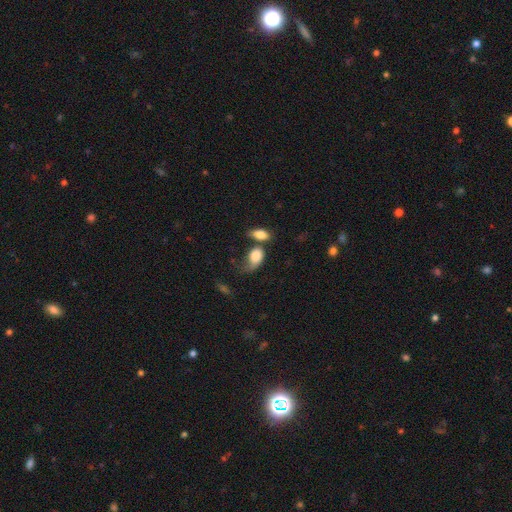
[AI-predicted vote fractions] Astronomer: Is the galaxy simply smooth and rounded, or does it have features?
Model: smooth — 76%.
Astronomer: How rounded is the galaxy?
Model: in between — 79%.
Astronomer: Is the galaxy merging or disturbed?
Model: merger — 32% (runner-up: major disturbance, 28%).